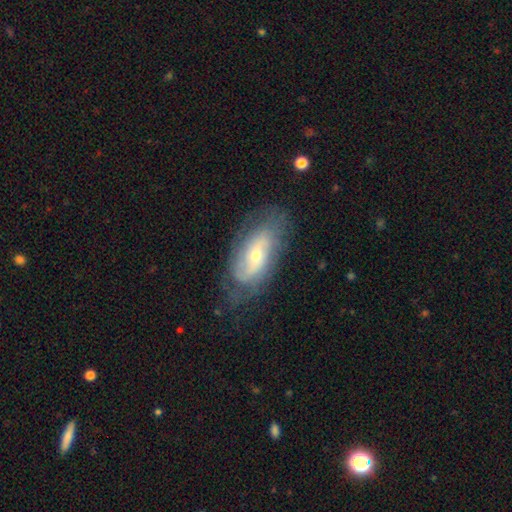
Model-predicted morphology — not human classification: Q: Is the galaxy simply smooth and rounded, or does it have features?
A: featured or disk — 65%.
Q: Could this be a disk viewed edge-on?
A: no — 89%.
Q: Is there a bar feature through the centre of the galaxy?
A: no — 56%.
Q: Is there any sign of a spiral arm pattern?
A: yes — 75%.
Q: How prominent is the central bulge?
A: small — 53%.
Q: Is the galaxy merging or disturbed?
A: none — 65%.